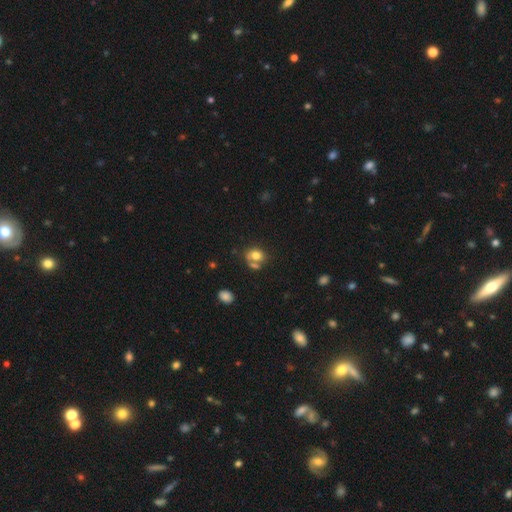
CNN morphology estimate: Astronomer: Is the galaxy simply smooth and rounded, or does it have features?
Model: smooth — 75%.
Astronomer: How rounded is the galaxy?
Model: in between — 51% (runner-up: round, 48%).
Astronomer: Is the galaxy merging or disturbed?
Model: none — 44% (runner-up: merger, 34%).